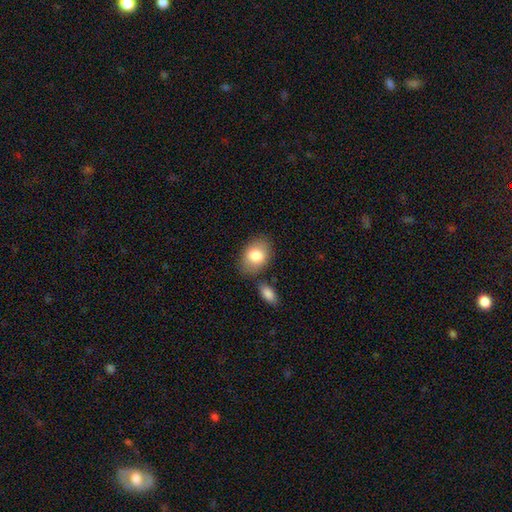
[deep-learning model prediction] The model was most divided on "merging": none: 70%, minor disturbance: 16%, merger: 10%, major disturbance: 4%. More confident: smooth or featured — smooth (82%); how rounded — in between (78%).